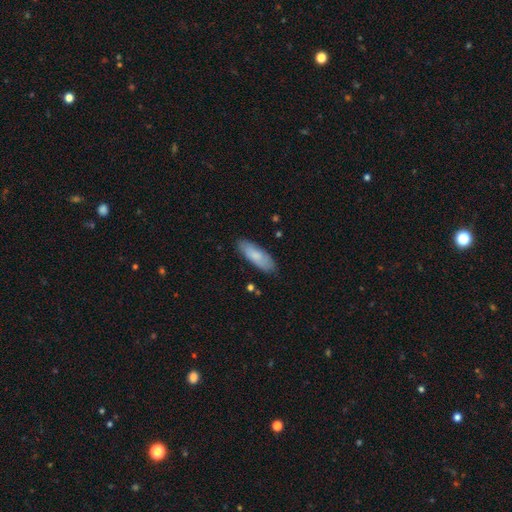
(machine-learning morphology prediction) smooth 78%, featured or disk 16%, star or artifact 6%. Down the decision tree: how rounded — in between (64%); merging — none (82%).